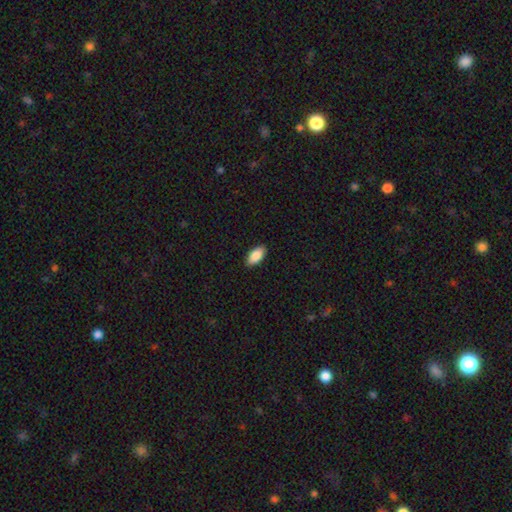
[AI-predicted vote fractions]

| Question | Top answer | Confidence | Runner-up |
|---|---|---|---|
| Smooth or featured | smooth | 87% | star or artifact (6%) |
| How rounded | in between | 93% | cigar-shaped (4%) |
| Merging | none | 90% | minor disturbance (8%) |